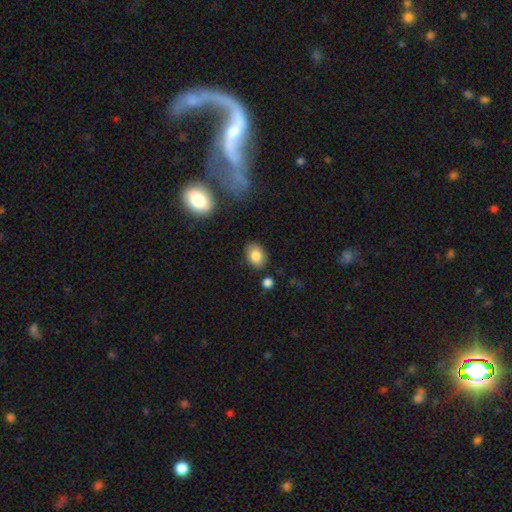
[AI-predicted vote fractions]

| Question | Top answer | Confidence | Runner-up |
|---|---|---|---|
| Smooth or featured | smooth | 83% | featured or disk (9%) |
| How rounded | in between | 75% | round (24%) |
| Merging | none | 82% | minor disturbance (12%) |